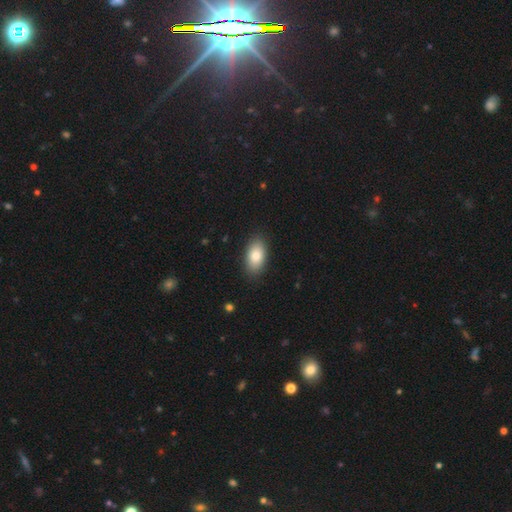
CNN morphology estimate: Smooth or featured?
  - smooth: 83% *
  - featured or disk: 10%
  - star or artifact: 7%
How rounded?
  - in between: 93% *
  - round: 5%
  - cigar-shaped: 2%
Merging?
  - none: 87% *
  - minor disturbance: 10%
  - major disturbance: 2%
  - merger: 1%